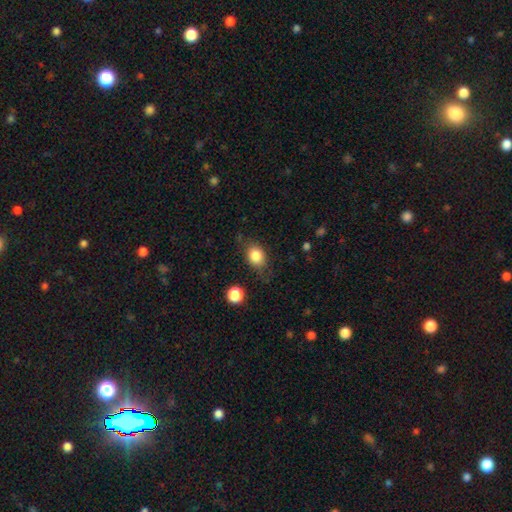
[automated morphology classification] Q: Smooth or featured?
A: smooth (84%); runner-up: star or artifact (9%)
Q: How rounded?
A: in between (61%); runner-up: round (38%)
Q: Merging?
A: none (71%); runner-up: minor disturbance (20%)